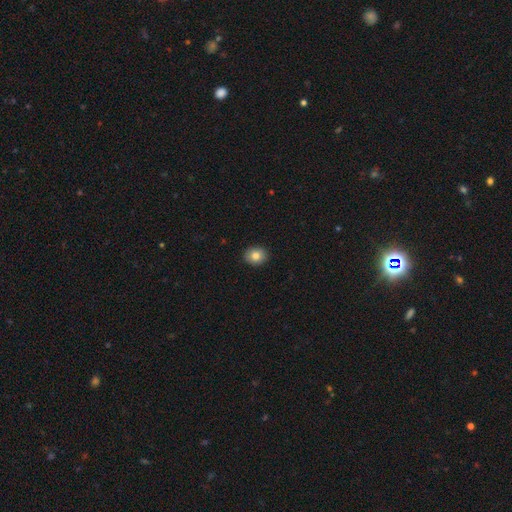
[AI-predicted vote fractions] Overall: smooth (82%). How rounded: round (66%; in between 33%). Merging: none (91%).